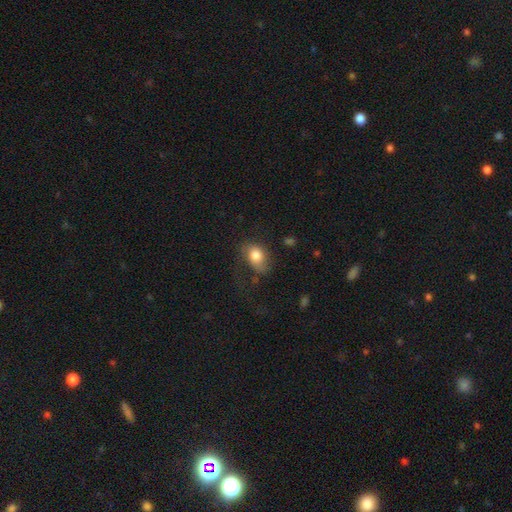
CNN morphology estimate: A smooth galaxy with no disk features (79%) that is in between round and cigar-shaped (75%).

Vote fractions:
- Smooth or featured? smooth: 79% / featured or disk: 13% / star or artifact: 8%
- How rounded? in between: 75% / round: 23% / cigar-shaped: 2%
- Merging? none: 49% / minor disturbance: 29% / major disturbance: 20% / merger: 3%